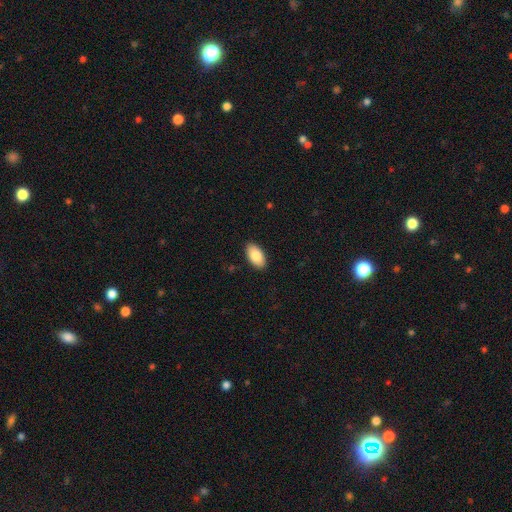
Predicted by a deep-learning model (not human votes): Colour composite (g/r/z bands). It shows a smooth galaxy with no disk features (85%) that is in between round and cigar-shaped (95%). Merging: none (89%).